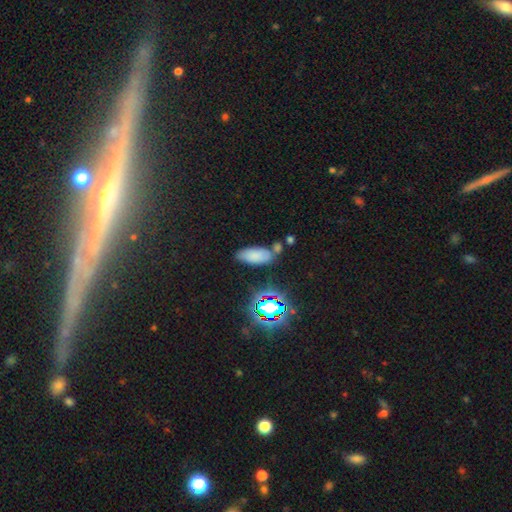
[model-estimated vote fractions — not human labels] Q: Smooth or featured?
A: smooth (73%); runner-up: star or artifact (18%)
Q: How rounded?
A: in between (83%); runner-up: cigar-shaped (14%)
Q: Merging?
A: none (69%); runner-up: minor disturbance (15%)